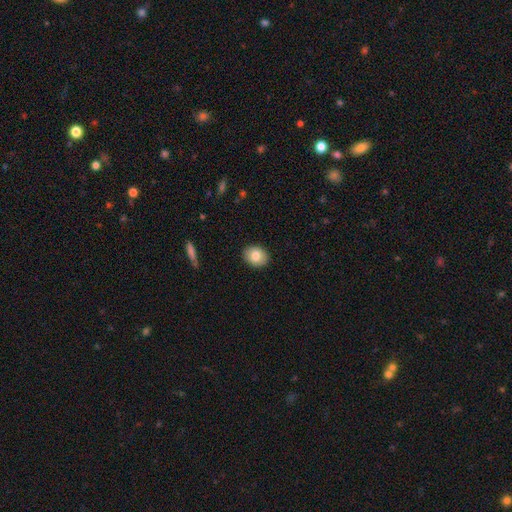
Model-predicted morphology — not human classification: smooth_or_featured: smooth (p=0.81) [alt: featured or disk p=0.11]
how_rounded: round (p=0.50) [alt: in between p=0.49]
merging: none (p=0.90) [alt: minor disturbance p=0.07]